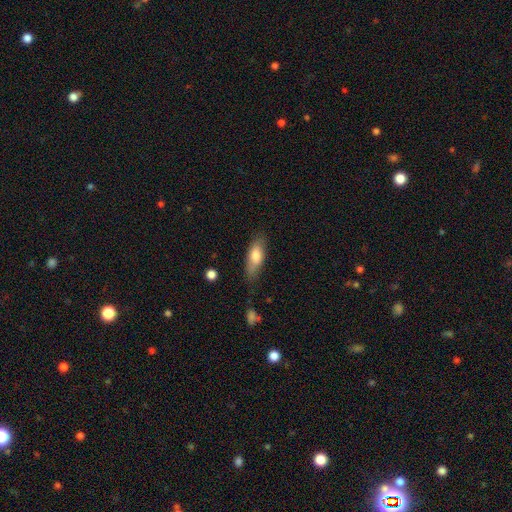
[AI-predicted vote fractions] smooth-or-featured: smooth: 74% | featured or disk: 20% | star or artifact: 6%
  how-rounded: in between: 66% | cigar-shaped: 31% | round: 3%
  merging: none: 71% | minor disturbance: 22% | major disturbance: 5% | merger: 2%